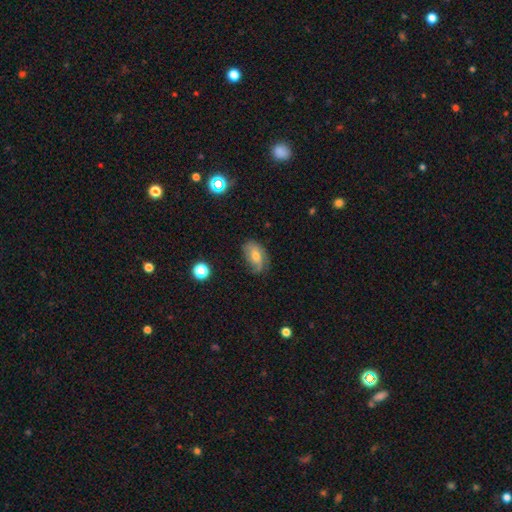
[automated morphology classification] Q: Smooth or featured?
A: smooth (52%); runner-up: featured or disk (38%)
Q: How rounded?
A: in between (87%); runner-up: round (9%)
Q: Merging?
A: none (59%); runner-up: minor disturbance (29%)